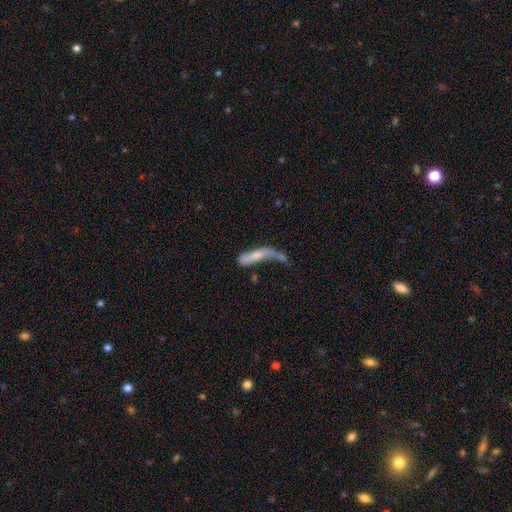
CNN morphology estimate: Q: Smooth or featured?
A: smooth (53%); runner-up: featured or disk (38%)
Q: How rounded?
A: cigar-shaped (73%); runner-up: in between (25%)
Q: Merging?
A: merger (32%); runner-up: major disturbance (31%)